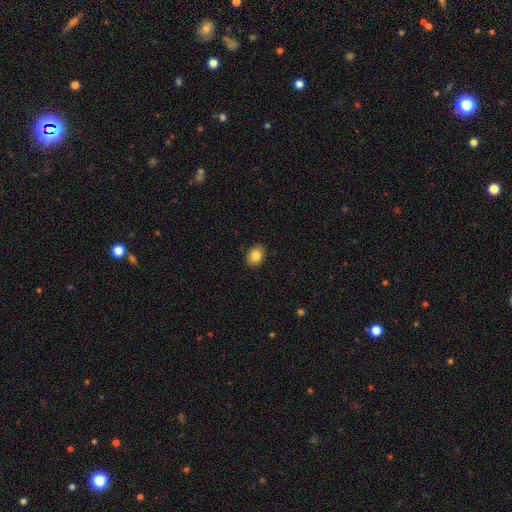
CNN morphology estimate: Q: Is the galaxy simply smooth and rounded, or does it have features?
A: smooth — 83%.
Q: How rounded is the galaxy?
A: in between — 66%.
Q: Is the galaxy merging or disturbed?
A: none — 89%.